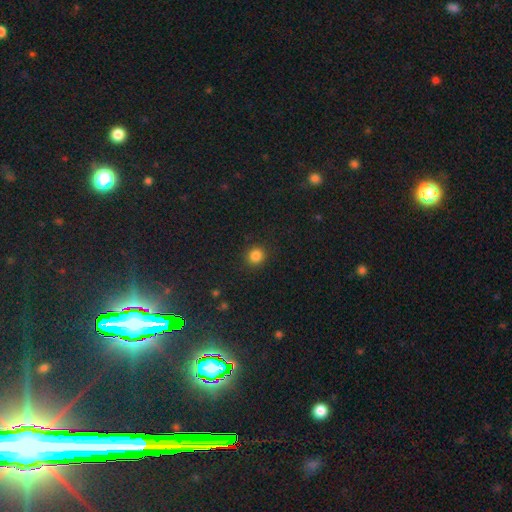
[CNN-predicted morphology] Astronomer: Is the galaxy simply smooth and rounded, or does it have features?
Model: smooth — 84%.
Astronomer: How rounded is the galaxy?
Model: round — 89%.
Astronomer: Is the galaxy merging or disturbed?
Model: none — 90%.